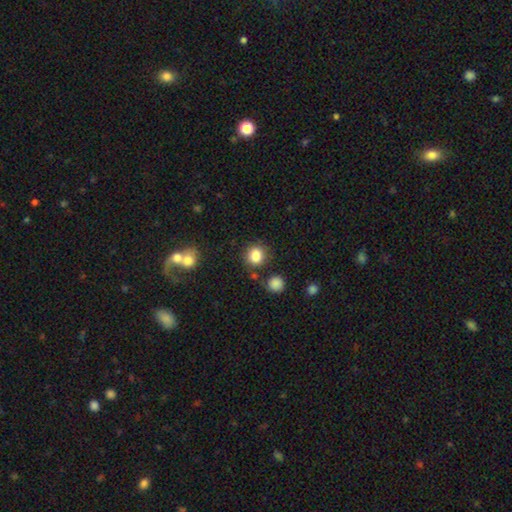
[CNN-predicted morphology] smooth_or_featured: smooth (p=0.85) [alt: star or artifact p=0.10]
how_rounded: round (p=0.82) [alt: in between p=0.17]
merging: none (p=0.82) [alt: minor disturbance p=0.10]